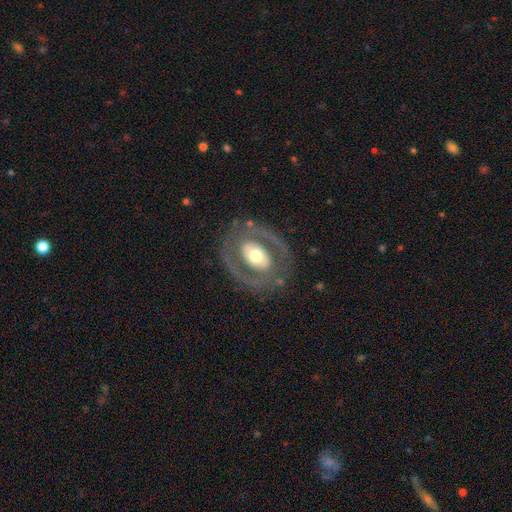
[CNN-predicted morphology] Smooth or featured: featured or disk — 70% (smooth — 24%)
Edge-on disk: no — 95% (yes — 5%)
Bar: no — 57% (weak — 24%)
Spiral arms: no — 55% (yes — 45%)
Bulge size: moderate — 60% (large — 25%)
Merging: none — 76% (minor disturbance — 13%)